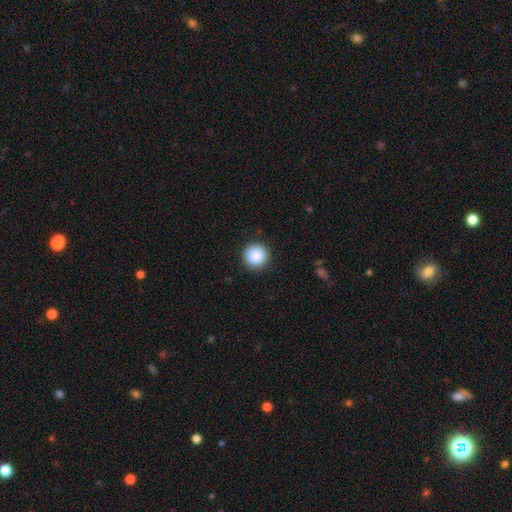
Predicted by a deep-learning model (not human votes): Smooth or featured? Predicted: smooth (p=0.88). How rounded? Predicted: round (p=0.95). Merging? Predicted: none (p=0.91).